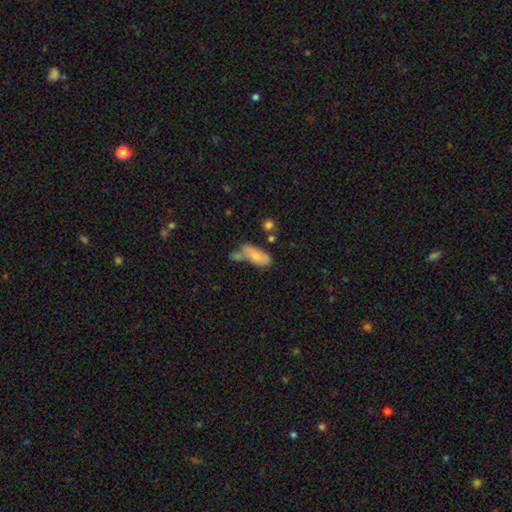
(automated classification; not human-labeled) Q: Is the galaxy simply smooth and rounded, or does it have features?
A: smooth — 76%.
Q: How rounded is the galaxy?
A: in between — 82%.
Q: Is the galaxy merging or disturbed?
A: none — 41%.